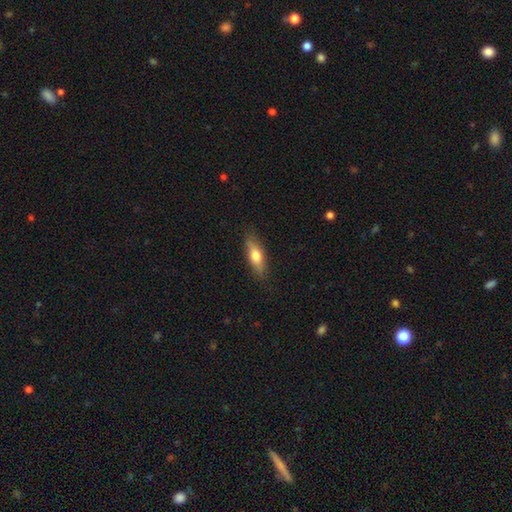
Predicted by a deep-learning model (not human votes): smooth 66%, featured or disk 28%, star or artifact 6%. Down the decision tree: how rounded — in between (51%); merging — none (84%).